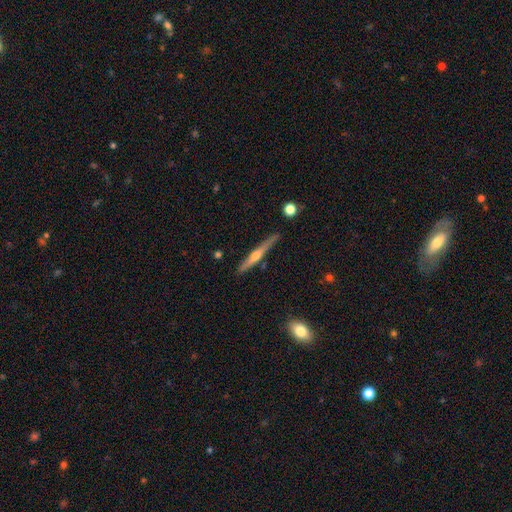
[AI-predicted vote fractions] Overall: featured or disk (64%; smooth 30%). Edge-on disk: yes (97%). Edge-on bulge: rounded (83%). Merging: none (86%).